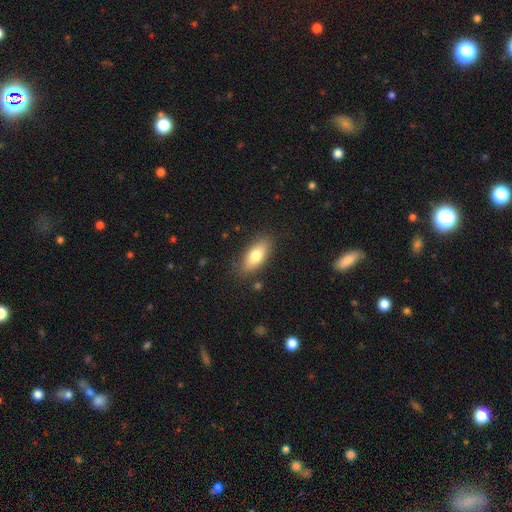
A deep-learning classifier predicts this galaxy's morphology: This is likely a smooth galaxy (76%). How rounded: clearly in between (81%). Merging: clearly none (83%).